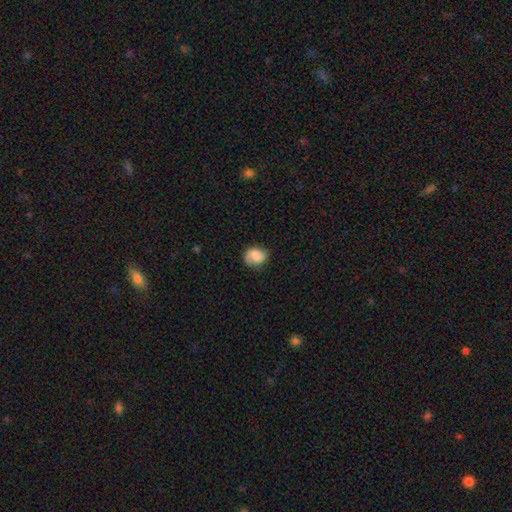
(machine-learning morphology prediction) A smooth galaxy with no disk features (60%) that is round (57%). Merging: none (65%).